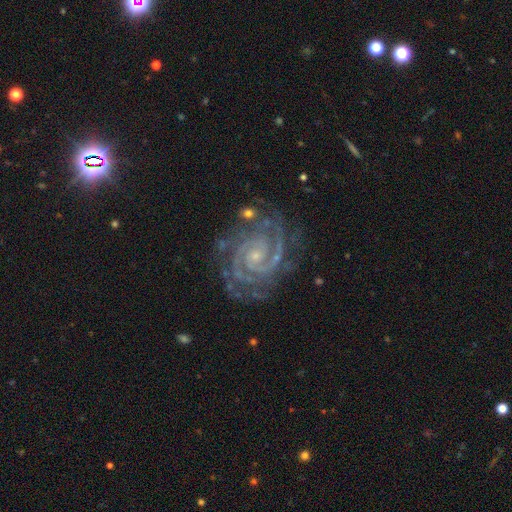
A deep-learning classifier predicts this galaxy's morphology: type=featured or disk (92%); edge-on=no (98%); bar=no (63%); spiral arms=yes (99%); winding=tight (78%); arm count=2 (58%); bulge=small (79%); merging=none (76%).